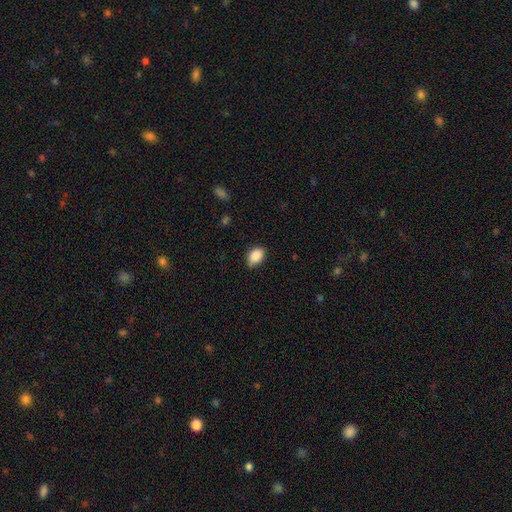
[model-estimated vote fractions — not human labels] A smooth galaxy with no disk features (88%) that is in between round and cigar-shaped (84%).

Vote fractions:
- Smooth or featured? smooth: 88% / star or artifact: 7% / featured or disk: 4%
- How rounded? in between: 84% / round: 15% / cigar-shaped: 1%
- Merging? none: 76% / minor disturbance: 20% / major disturbance: 3% / merger: 1%